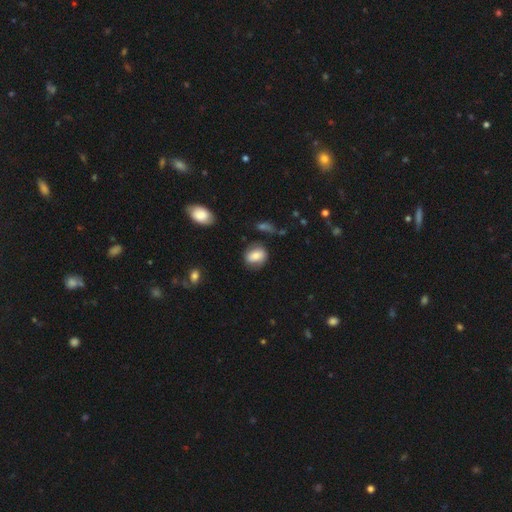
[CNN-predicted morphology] Smooth or featured? Predicted: smooth (p=0.70). How rounded? Predicted: in between (p=0.52). Merging? Predicted: none (p=0.72).